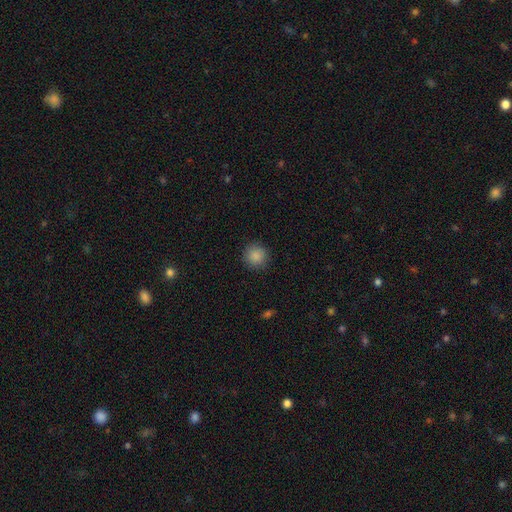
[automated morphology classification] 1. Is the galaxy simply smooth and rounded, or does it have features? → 87% smooth, 9% star or artifact, 3% featured or disk.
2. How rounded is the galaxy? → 94% round, 5% in between, 1% cigar-shaped.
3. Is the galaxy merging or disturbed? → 90% none, 7% minor disturbance, 2% major disturbance, 1% merger.